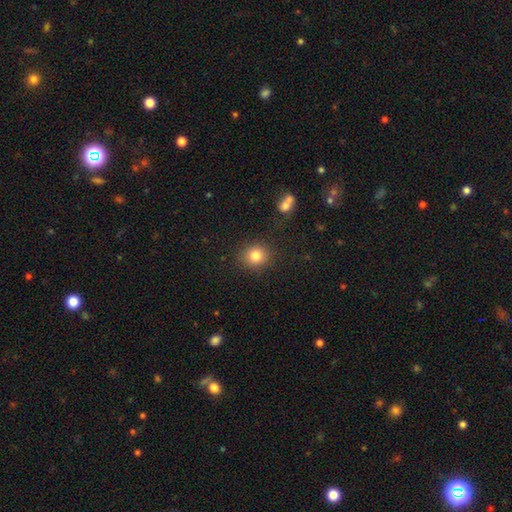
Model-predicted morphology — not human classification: This appears to be a smooth galaxy with no disk features (82%) that is round (85%). Merging: none (88%).